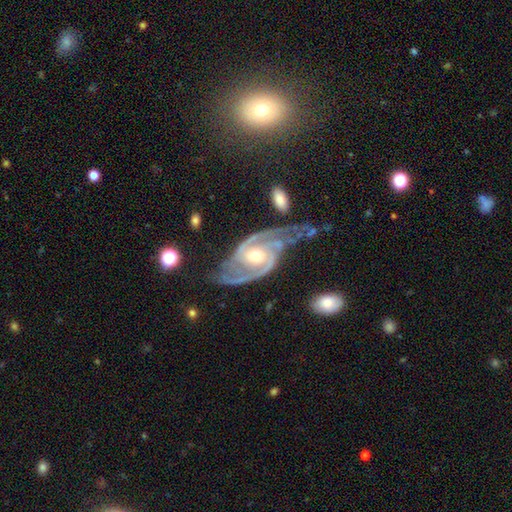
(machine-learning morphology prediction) A featured or disk galaxy (93%) with no bar (56%), 2 (74%) medium (49%) spiral arms (99%) and a moderate central bulge (62%). Merging: none (57%).